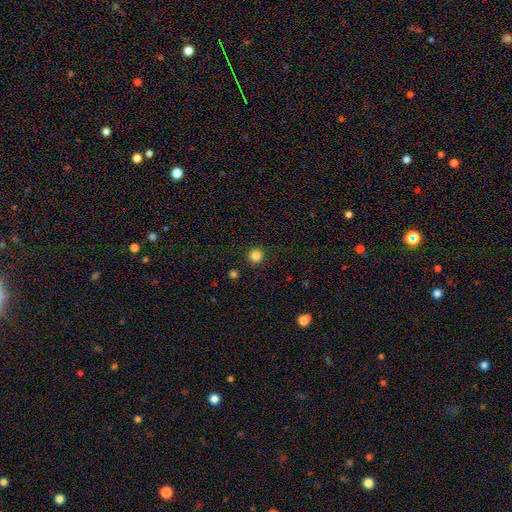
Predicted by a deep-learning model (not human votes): Smooth or featured: smooth — 85% (star or artifact — 12%)
How rounded: round — 94% (in between — 5%)
Merging: none — 91% (minor disturbance — 5%)